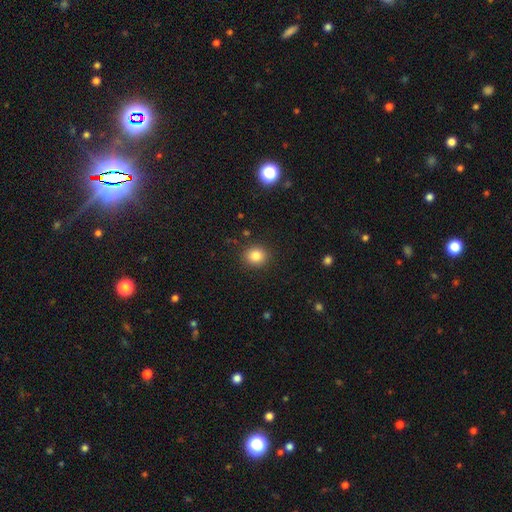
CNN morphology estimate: Smooth or featured? smooth (83%)
How rounded? round (84%)
Merging? none (89%)